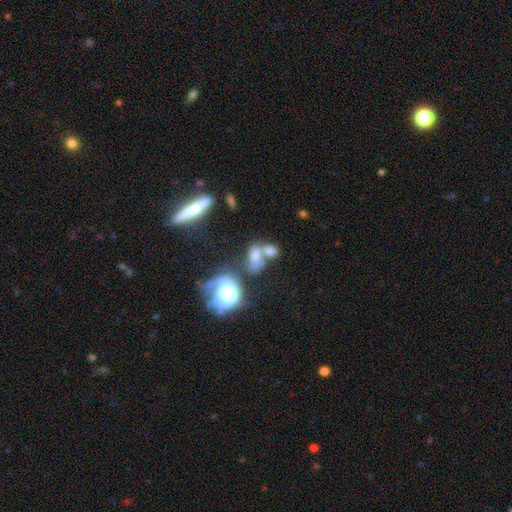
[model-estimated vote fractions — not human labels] This is possibly a smooth galaxy (56%). How rounded: likely in between (73%). Merging: possibly merger (54%).